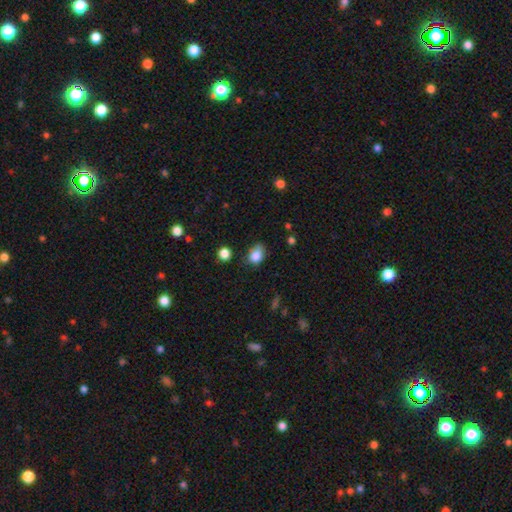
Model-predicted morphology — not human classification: smooth 83%, star or artifact 10%, featured or disk 7%. Down the decision tree: how rounded — in between (64%); merging — none (51%).